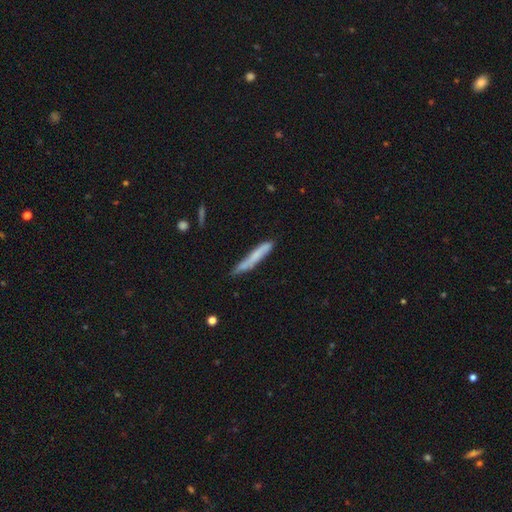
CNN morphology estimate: Smooth or featured? Predicted: smooth (p=0.65). How rounded? Predicted: cigar-shaped (p=0.95). Merging? Predicted: none (p=0.67).